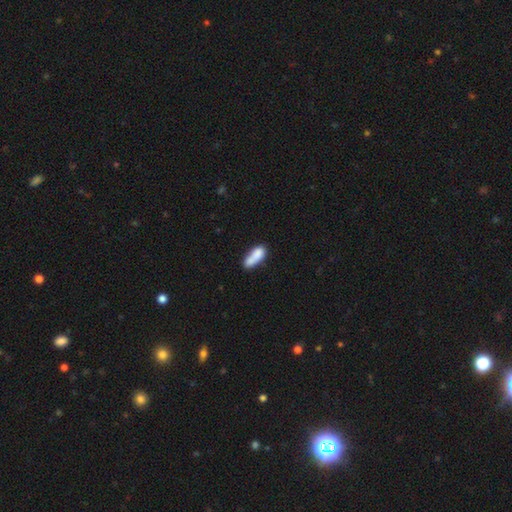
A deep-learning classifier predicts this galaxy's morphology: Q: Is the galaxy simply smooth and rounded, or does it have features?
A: smooth — 79%.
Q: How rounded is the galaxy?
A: in between — 62%.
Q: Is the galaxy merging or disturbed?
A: none — 47%.